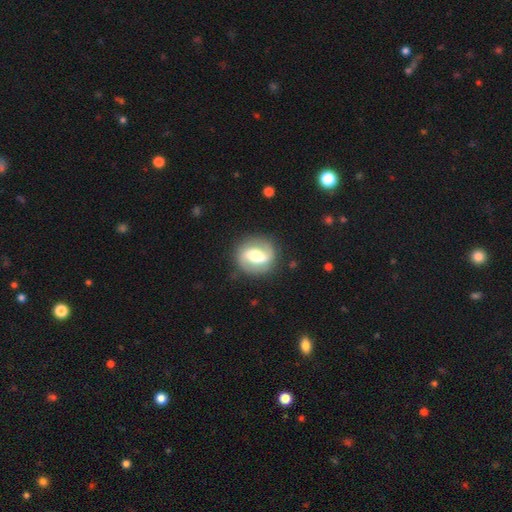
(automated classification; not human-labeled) The model was most divided on "bar": strong: 44%, weak: 37%, no: 19%. Remaining: edge-on disk — no (97%); spiral arm count — 2 (89%); spiral arms — yes (85%); merging — none (84%); smooth or featured — featured or disk (72%); bulge size — moderate (59%); spiral winding — medium (44%).